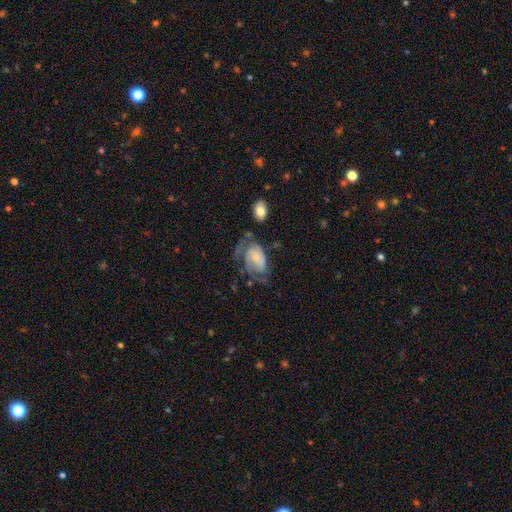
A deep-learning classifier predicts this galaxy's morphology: Smooth or featured: featured or disk — 63% (smooth — 28%)
Edge-on disk: no — 96% (yes — 4%)
Bar: no — 67% (weak — 27%)
Spiral arms: yes — 74% (no — 26%)
Bulge size: small — 62% (moderate — 25%)
Merging: none — 35% (major disturbance — 34%)